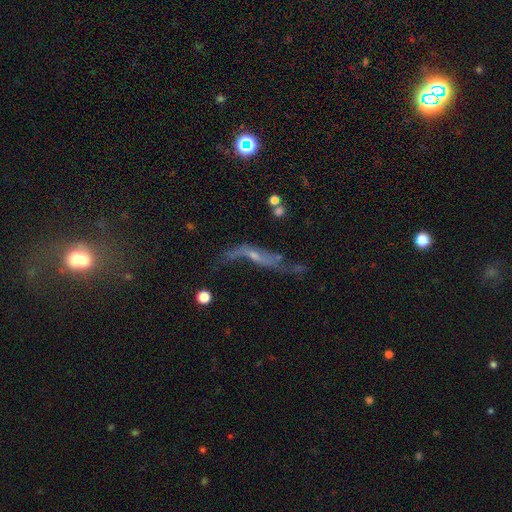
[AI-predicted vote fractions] This appears to be a featured or disk galaxy (70%) with no bar (55%), spiral arms (73%) and a small central bulge (59%). Merging: none (40%).